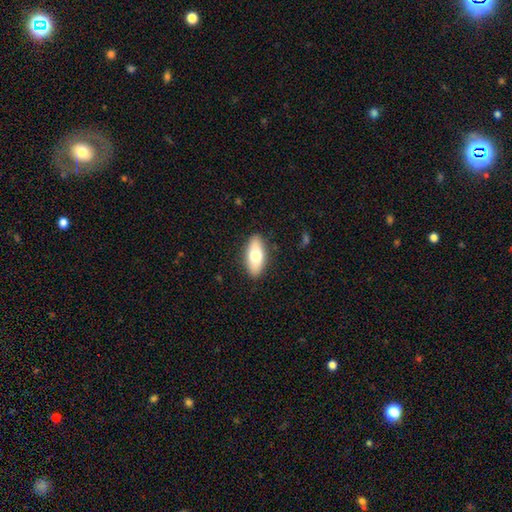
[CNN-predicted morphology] Smooth or featured: smooth — 71% (featured or disk — 23%)
How rounded: in between — 83% (cigar-shaped — 14%)
Merging: none — 88% (minor disturbance — 9%)